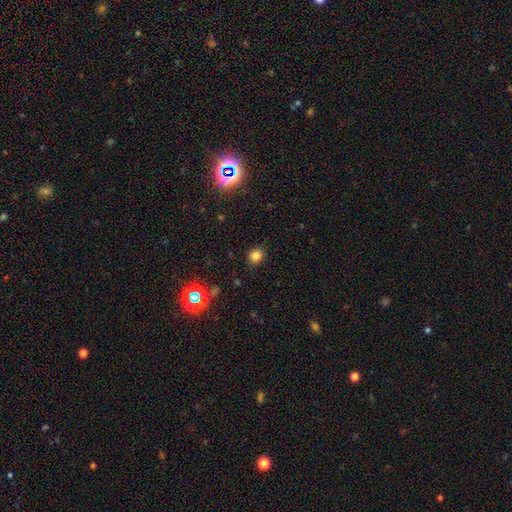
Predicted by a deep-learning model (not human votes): This is likely a smooth galaxy (79%). How rounded: likely round (61%). Merging: clearly none (87%).